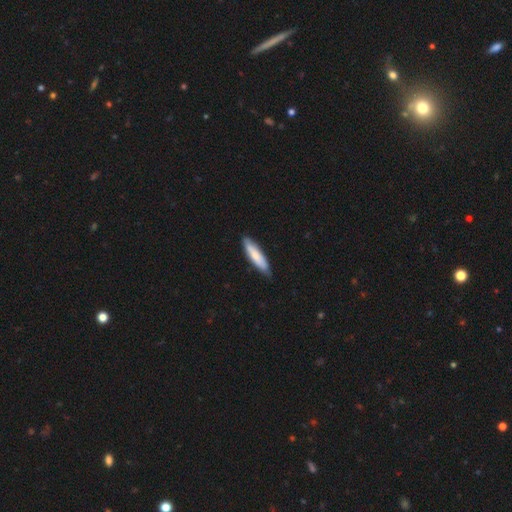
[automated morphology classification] This is likely a smooth galaxy (75%). How rounded: likely cigar-shaped (76%). Merging: likely none (80%).